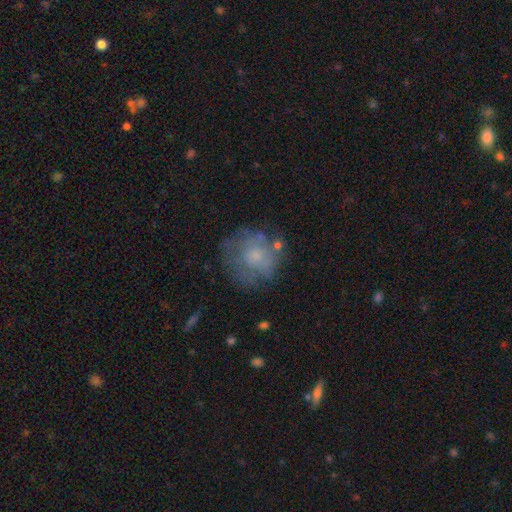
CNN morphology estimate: smooth_or_featured: smooth (p=0.54) [alt: featured or disk p=0.35]
how_rounded: round (p=0.87) [alt: in between p=0.12]
merging: none (p=0.63) [alt: minor disturbance p=0.21]